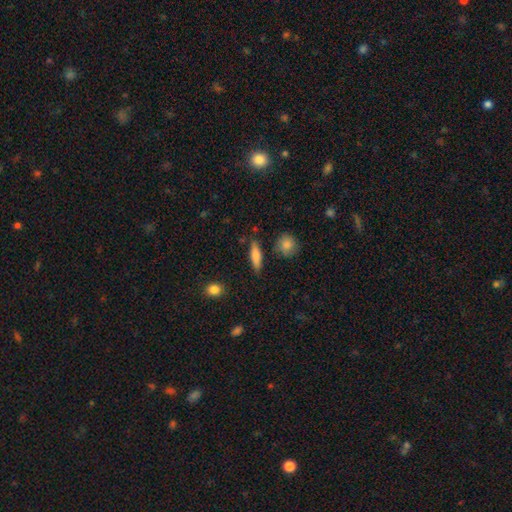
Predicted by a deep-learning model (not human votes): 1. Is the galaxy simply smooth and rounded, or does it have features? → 75% smooth, 18% featured or disk, 7% star or artifact.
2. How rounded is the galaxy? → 61% cigar-shaped, 35% in between, 4% round.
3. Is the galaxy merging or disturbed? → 82% none, 12% minor disturbance, 4% merger, 3% major disturbance.